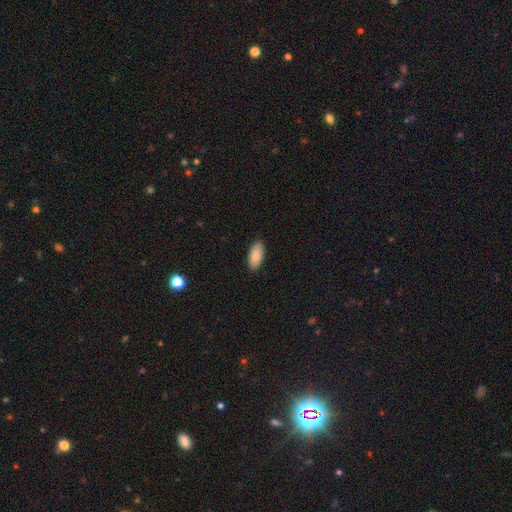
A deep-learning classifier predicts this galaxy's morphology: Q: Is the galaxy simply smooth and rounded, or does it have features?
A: smooth — 87%.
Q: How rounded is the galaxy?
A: in between — 92%.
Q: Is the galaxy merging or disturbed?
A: none — 89%.